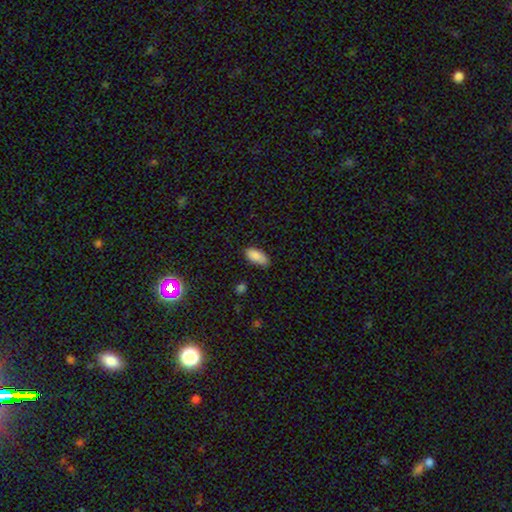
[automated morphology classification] This is clearly a smooth galaxy (87%). How rounded: clearly in between (89%). Merging: likely none (74%).